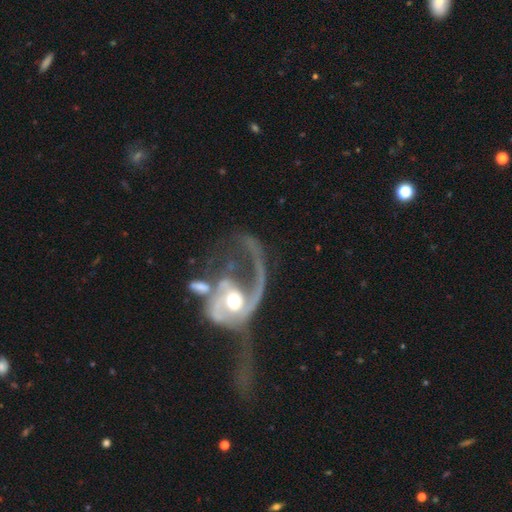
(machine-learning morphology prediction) Smooth or featured: featured or disk — 82% (smooth — 11%)
Edge-on disk: no — 96% (yes — 4%)
Bar: no — 62% (weak — 25%)
Spiral arms: yes — 79% (no — 21%)
Spiral winding: loose — 56% (medium — 32%)
Spiral arm count: 2 — 52% (1 — 31%)
Bulge size: moderate — 67% (small — 15%)
Merging: major disturbance — 44% (merger — 32%)